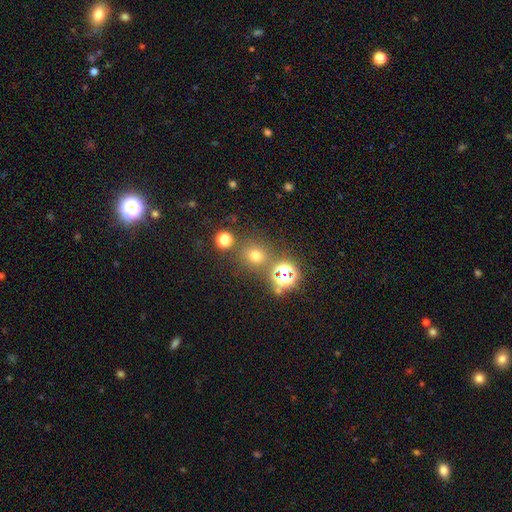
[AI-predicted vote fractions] Smooth or featured? smooth (61%)
How rounded? round (87%)
Merging? none (78%)